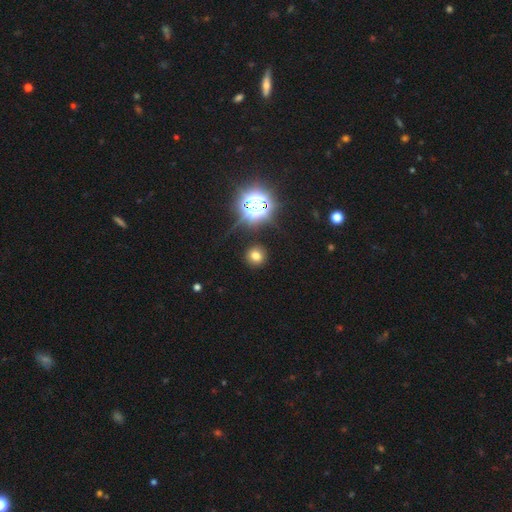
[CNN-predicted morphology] The model was most divided on "smooth or featured": smooth: 70%, star or artifact: 22%, featured or disk: 8%. More confident: how rounded — round (89%); merging — none (89%).